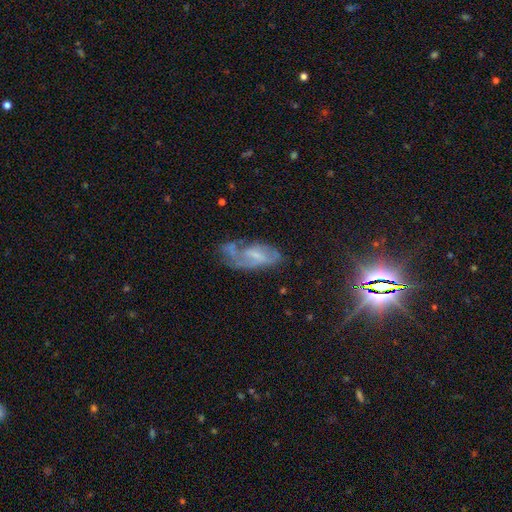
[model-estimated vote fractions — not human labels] Smooth or featured?
  - featured or disk: 62% *
  - smooth: 27%
  - star or artifact: 11%
Edge-on disk?
  - no: 91% *
  - yes: 9%
Bar?
  - weak: 45% *
  - no: 42%
  - strong: 13%
Spiral arms?
  - yes: 72% *
  - no: 28%
Bulge size?
  - small: 46% *
  - moderate: 25%
  - none: 25%
  - large: 3%
  - dominant: 1%
Merging?
  - none: 39% *
  - minor disturbance: 28%
  - major disturbance: 26%
  - merger: 7%